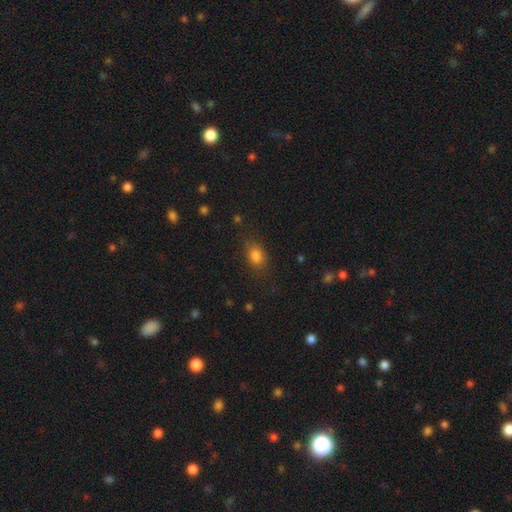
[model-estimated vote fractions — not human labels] Overall: smooth (83%). How rounded: in between (75%). Merging: none (75%).